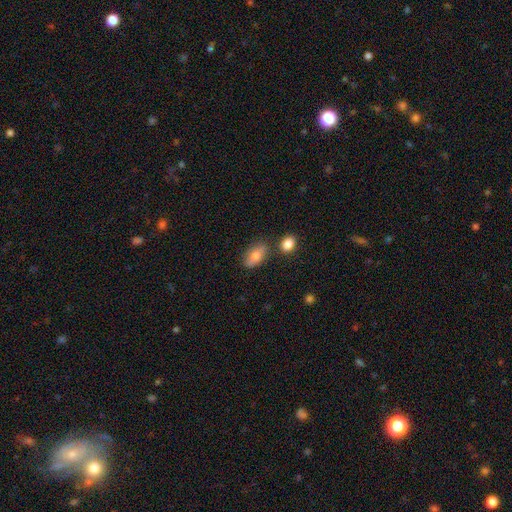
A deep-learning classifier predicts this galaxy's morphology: A smooth galaxy with no disk features (73%) that is in between round and cigar-shaped (85%).

Vote fractions:
- Smooth or featured? smooth: 73% / featured or disk: 19% / star or artifact: 8%
- How rounded? in between: 85% / cigar-shaped: 8% / round: 7%
- Merging? none: 72% / minor disturbance: 16% / merger: 9% / major disturbance: 4%